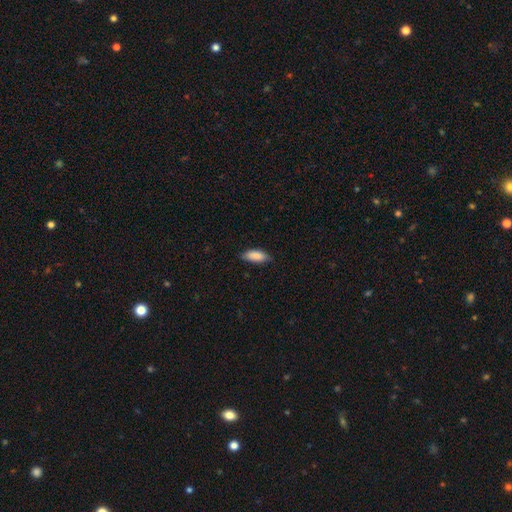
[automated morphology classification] Smooth or featured?
  - smooth: 88% *
  - star or artifact: 6%
  - featured or disk: 6%
How rounded?
  - in between: 80% *
  - cigar-shaped: 18%
  - round: 2%
Merging?
  - none: 79% *
  - minor disturbance: 18%
  - major disturbance: 3%
  - merger: 1%